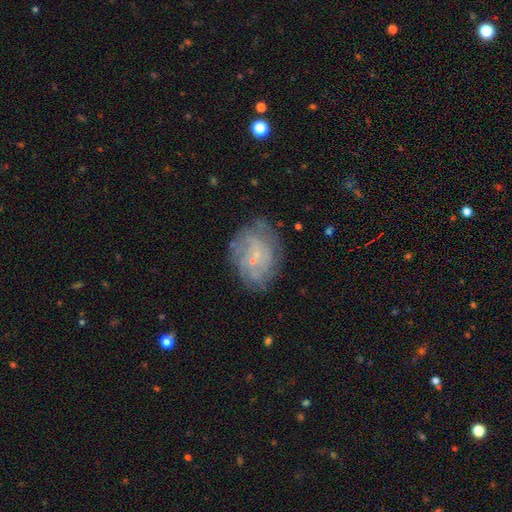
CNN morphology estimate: smooth_or_featured: featured or disk (p=0.63) [alt: smooth p=0.27]
disk_edge_on: no (p=0.97) [alt: yes p=0.03]
bar: no (p=0.75) [alt: weak p=0.22]
has_spiral_arms: yes (p=0.74) [alt: no p=0.26]
bulge_size: small (p=0.81) [alt: moderate p=0.09]
merging: none (p=0.68) [alt: minor disturbance p=0.20]